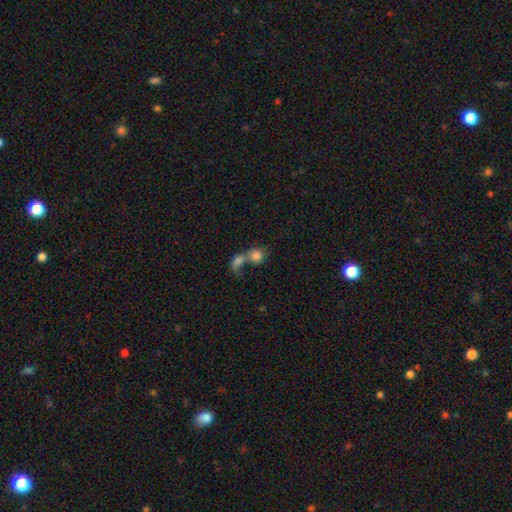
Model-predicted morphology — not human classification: This is clearly a smooth galaxy (80%). How rounded: likely round (74%). Merging: likely merger (65%).